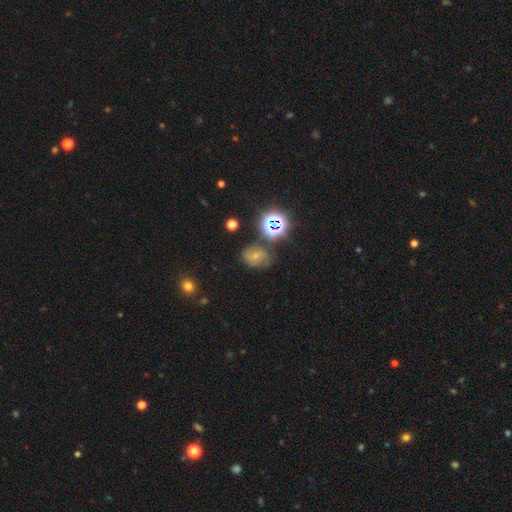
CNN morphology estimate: Smooth or featured: featured or disk — 43% (smooth — 32%)
Merging: none — 62% (minor disturbance — 21%)